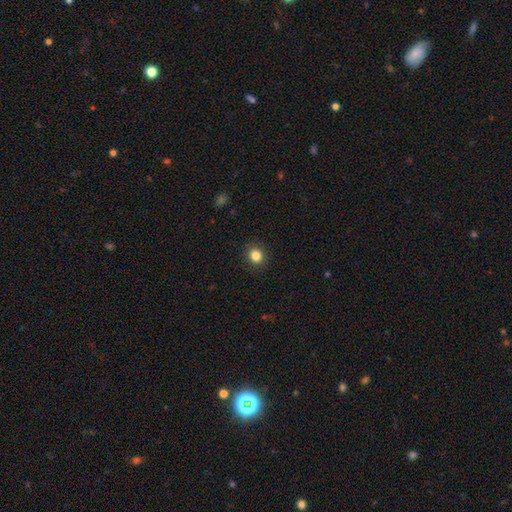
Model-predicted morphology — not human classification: This appears to be a smooth galaxy with no disk features (84%) that is round (77%). Merging: none (91%).